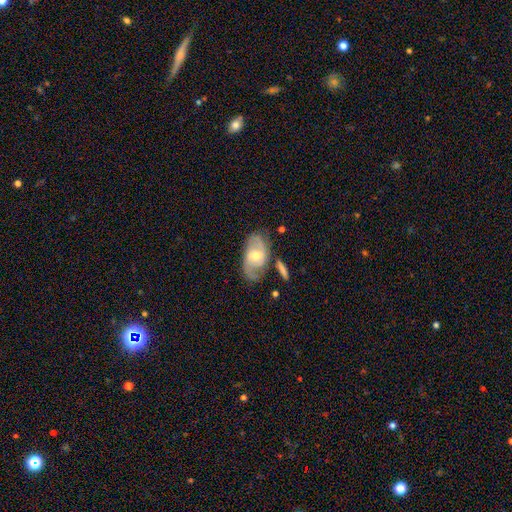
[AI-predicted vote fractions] This appears to be a featured or disk galaxy (72%) with a weak bar (44%, tied with no), 2 (75%) medium (47%) spiral arms (88%) and a moderate central bulge (61%). Merging: none (62%).